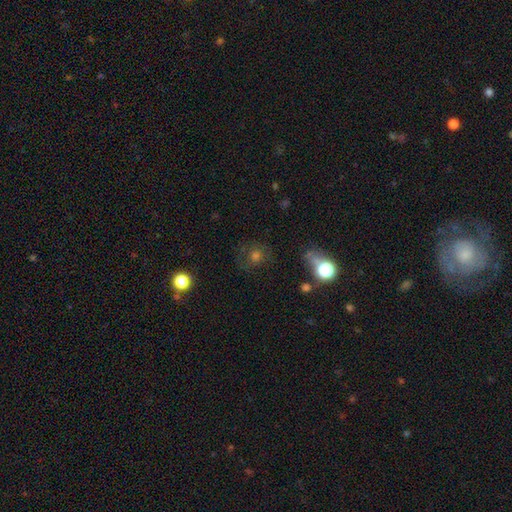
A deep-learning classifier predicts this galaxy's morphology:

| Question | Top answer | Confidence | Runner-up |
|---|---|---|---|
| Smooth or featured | smooth | 50% | star or artifact (29%) |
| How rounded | round | 85% | in between (14%) |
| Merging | none | 72% | minor disturbance (15%) |